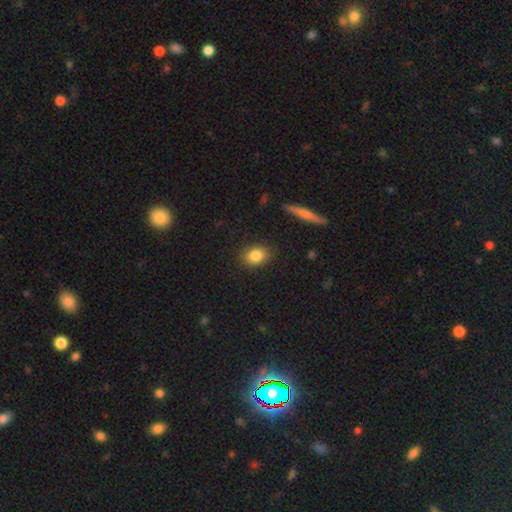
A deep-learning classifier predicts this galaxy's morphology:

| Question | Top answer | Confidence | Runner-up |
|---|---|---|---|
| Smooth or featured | smooth | 83% | star or artifact (9%) |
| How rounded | in between | 66% | round (32%) |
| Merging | none | 85% | minor disturbance (11%) |